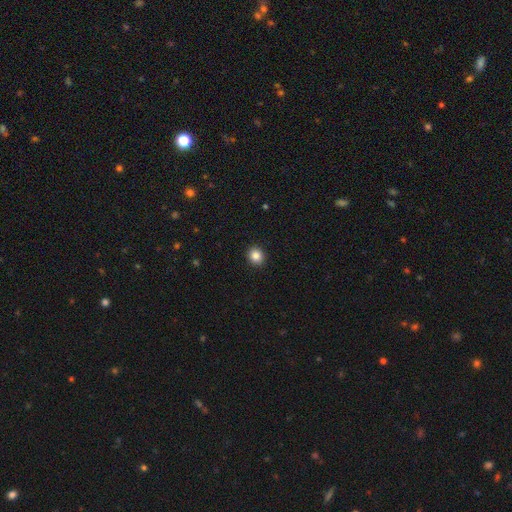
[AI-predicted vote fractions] Morphology: type=smooth (85%); roundness=round (79%); merging=none (92%).